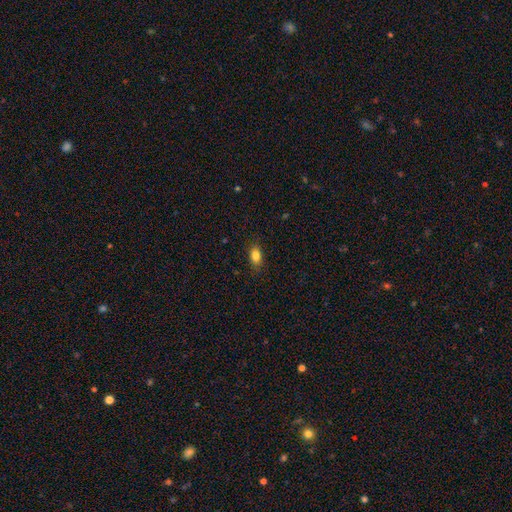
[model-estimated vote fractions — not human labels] The model was most divided on "how rounded": in between: 82%, round: 14%, cigar-shaped: 4%. More confident: merging — none (85%); smooth or featured — smooth (83%).